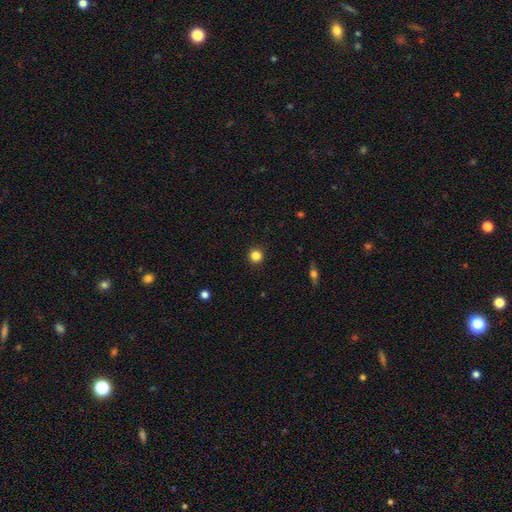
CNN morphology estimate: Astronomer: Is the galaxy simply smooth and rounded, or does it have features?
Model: smooth — 84%.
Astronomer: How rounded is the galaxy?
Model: round — 95%.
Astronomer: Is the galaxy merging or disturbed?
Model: none — 93%.